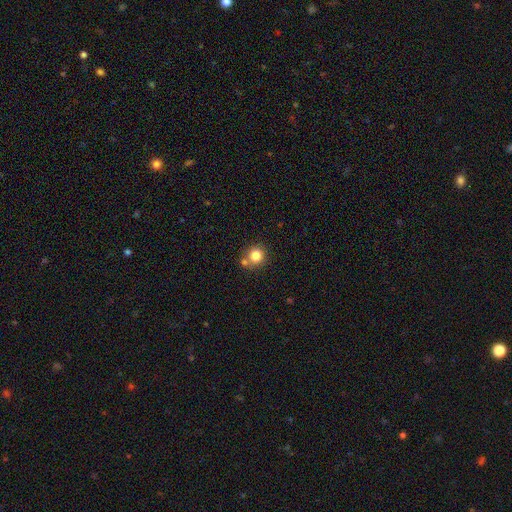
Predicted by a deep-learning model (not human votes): Smooth or featured? Predicted: smooth (p=0.81). How rounded? Predicted: round (p=0.89). Merging? Predicted: none (p=0.66).